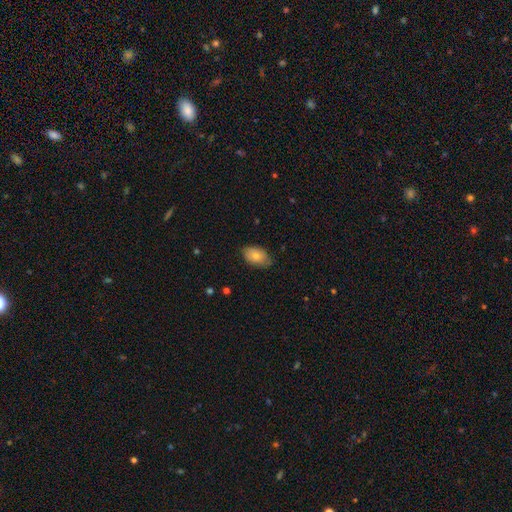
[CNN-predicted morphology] A smooth galaxy with no disk features (77%) that is in between round and cigar-shaped (91%). Merging: none (73%).